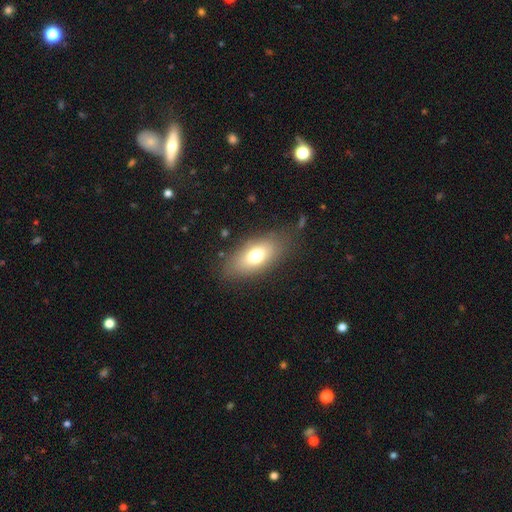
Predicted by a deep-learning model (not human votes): This appears to be a smooth galaxy with no disk features (72%) that is in between round and cigar-shaped (86%). Merging: none (78%).